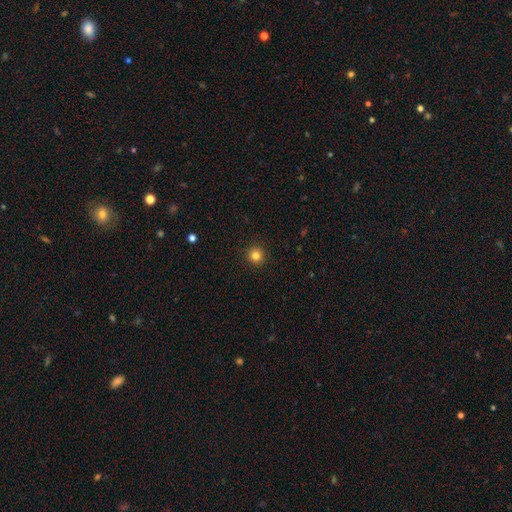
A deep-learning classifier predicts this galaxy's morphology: A smooth galaxy with no disk features (83%) that is round (95%).

Vote fractions:
- Smooth or featured? smooth: 83% / star or artifact: 12% / featured or disk: 5%
- How rounded? round: 95% / in between: 4% / cigar-shaped: 1%
- Merging? none: 93% / minor disturbance: 5% / major disturbance: 2% / merger: 1%